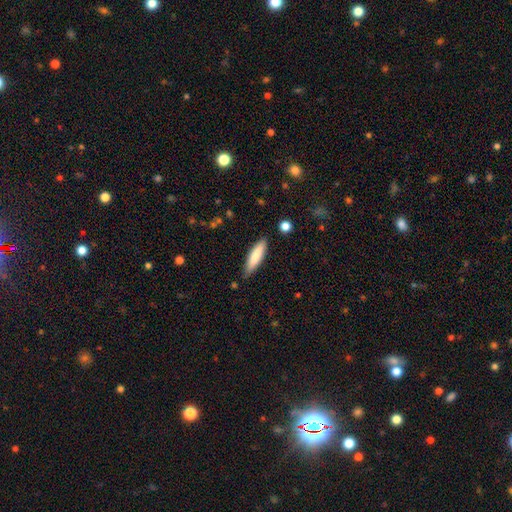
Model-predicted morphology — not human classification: The model was most divided on "how rounded": cigar-shaped: 73%, in between: 25%, round: 1%. More confident: merging — none (84%); smooth or featured — smooth (81%).